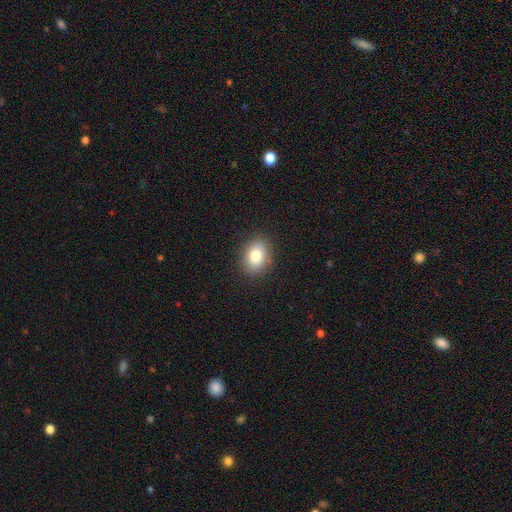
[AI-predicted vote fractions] smooth_or_featured: smooth (p=0.80) [alt: star or artifact p=0.10]
how_rounded: in between (p=0.59) [alt: round p=0.40]
merging: none (p=0.88) [alt: minor disturbance p=0.08]